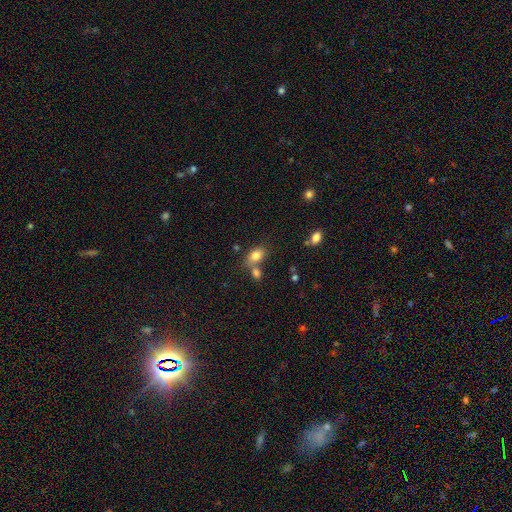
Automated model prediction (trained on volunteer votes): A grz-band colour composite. It shows a smooth galaxy with no disk features (81%) that is in between round and cigar-shaped (84%). Merging: none (51%).